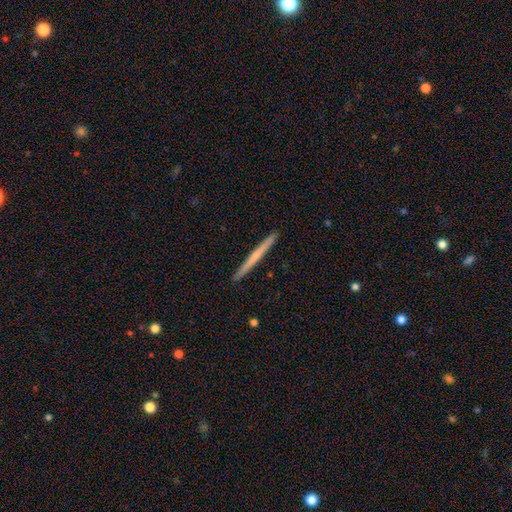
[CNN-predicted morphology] smooth 50%, featured or disk 45%, star or artifact 5%. Down the decision tree: how rounded — cigar-shaped (97%); merging — none (93%).